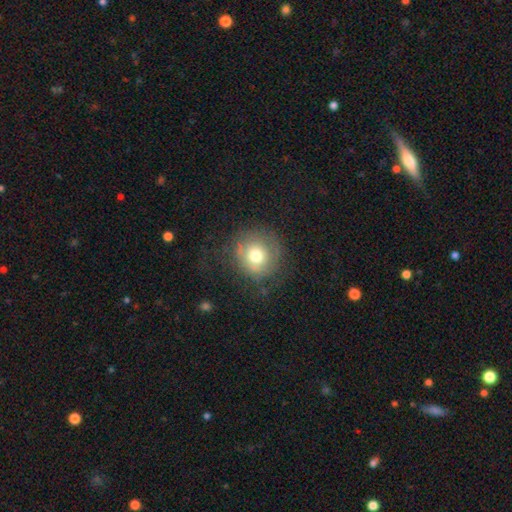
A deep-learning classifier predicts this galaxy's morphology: The model was most divided on "smooth or featured": smooth: 63%, featured or disk: 26%, star or artifact: 11%. More confident: how rounded — round (90%); merging — none (68%).